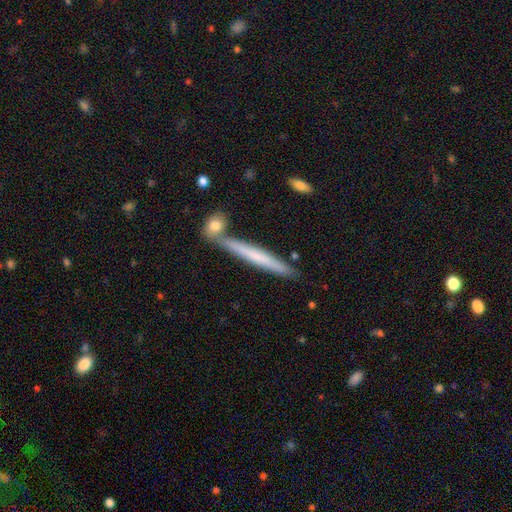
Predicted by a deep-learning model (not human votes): The model was most divided on "smooth or featured": smooth: 54%, featured or disk: 39%, star or artifact: 6%. More confident: how rounded — cigar-shaped (96%); merging — none (79%).